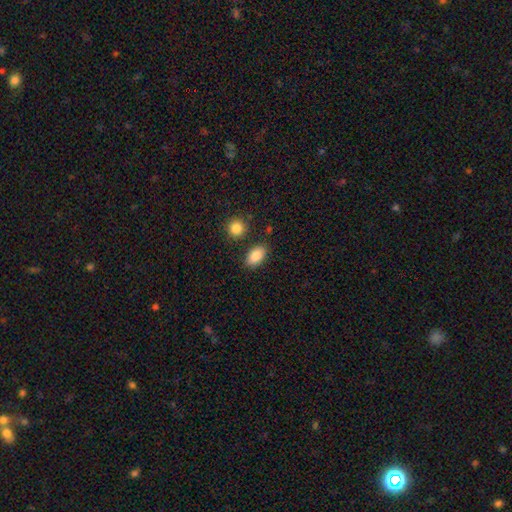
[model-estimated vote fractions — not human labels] smooth-or-featured: smooth: 87% | star or artifact: 7% | featured or disk: 6%
  how-rounded: in between: 90% | round: 7% | cigar-shaped: 3%
  merging: none: 82% | minor disturbance: 11% | merger: 5% | major disturbance: 3%